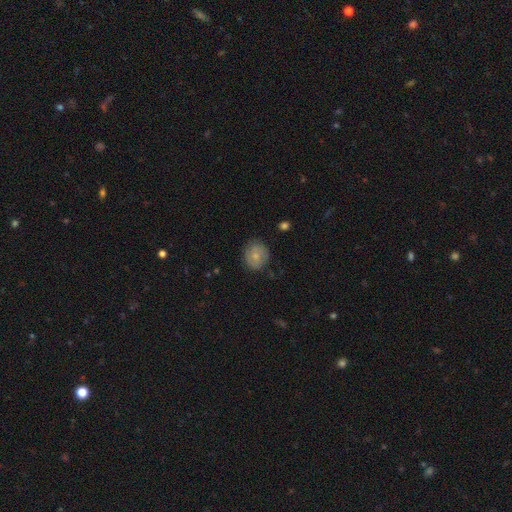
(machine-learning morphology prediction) This is likely a smooth galaxy (74%). How rounded: likely round (75%). Merging: likely none (79%).